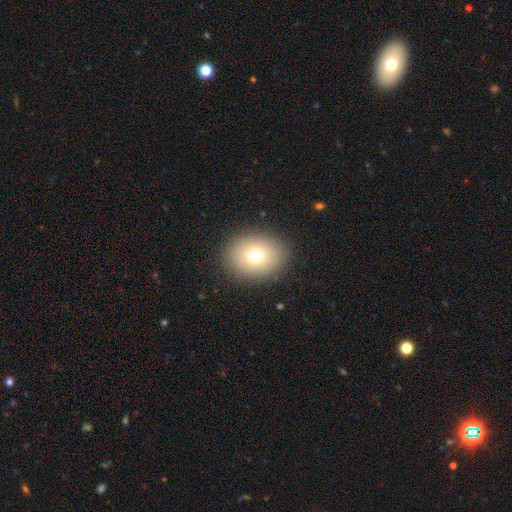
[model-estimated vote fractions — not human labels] smooth_or_featured: smooth (p=0.71) [alt: star or artifact p=0.15]
how_rounded: round (p=0.54) [alt: in between p=0.45]
merging: none (p=0.88) [alt: minor disturbance p=0.07]